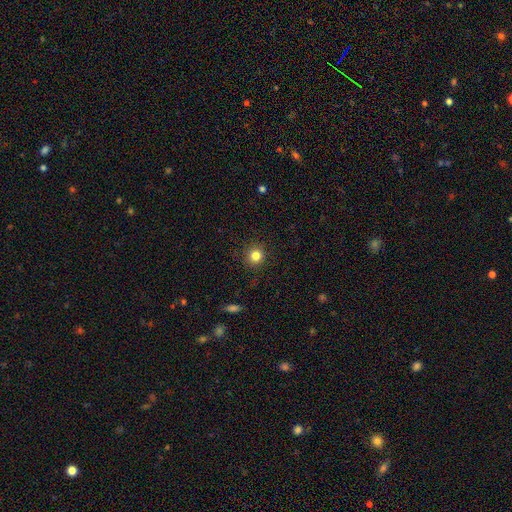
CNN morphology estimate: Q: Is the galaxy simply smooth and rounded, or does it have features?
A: smooth — 83%.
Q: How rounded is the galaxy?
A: round — 93%.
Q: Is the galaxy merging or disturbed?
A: none — 90%.